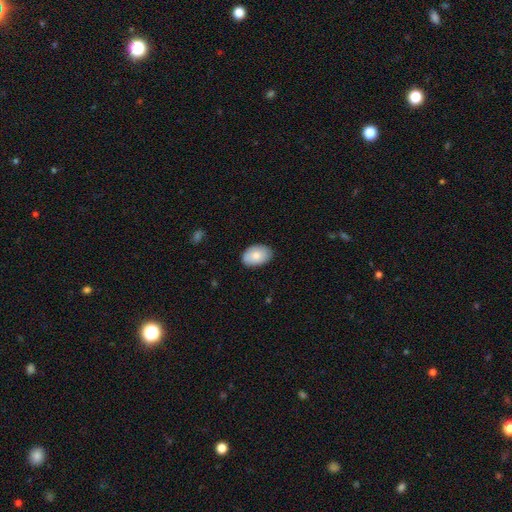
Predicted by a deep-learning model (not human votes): Smooth or featured?
  - smooth: 82% *
  - featured or disk: 12%
  - star or artifact: 6%
How rounded?
  - in between: 90% *
  - round: 9%
  - cigar-shaped: 1%
Merging?
  - none: 84% *
  - minor disturbance: 13%
  - major disturbance: 2%
  - merger: 1%